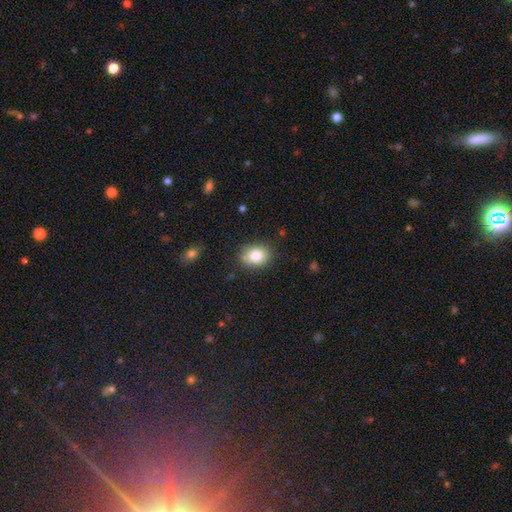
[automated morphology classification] Smooth or featured? Predicted: smooth (p=0.83). How rounded? Predicted: in between (p=0.56). Merging? Predicted: none (p=0.82).